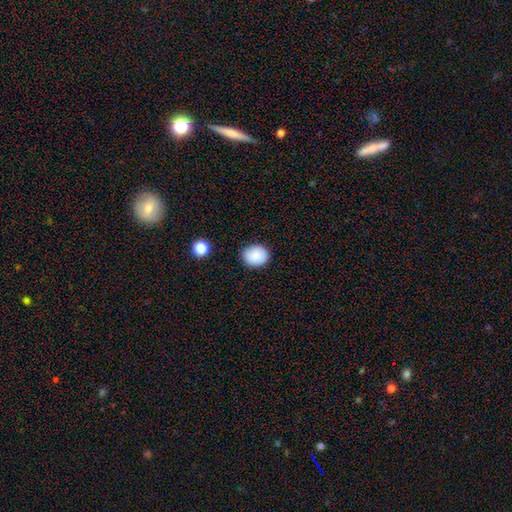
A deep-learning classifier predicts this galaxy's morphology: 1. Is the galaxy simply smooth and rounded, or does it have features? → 88% smooth, 8% star or artifact, 4% featured or disk.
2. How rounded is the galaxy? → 61% round, 38% in between, 1% cigar-shaped.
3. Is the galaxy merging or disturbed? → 86% none, 10% minor disturbance, 2% major disturbance, 2% merger.